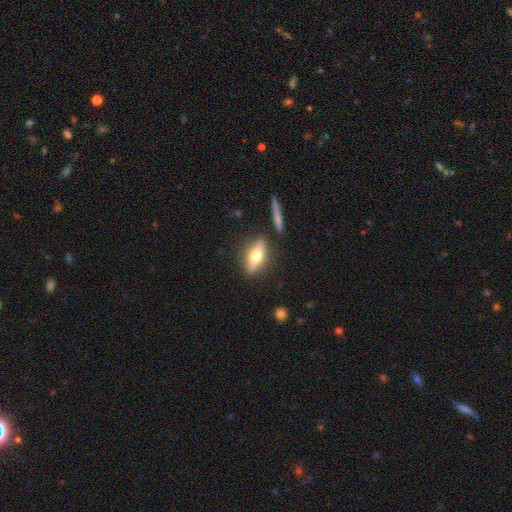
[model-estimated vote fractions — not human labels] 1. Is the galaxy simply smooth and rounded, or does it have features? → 55% smooth, 38% featured or disk, 7% star or artifact.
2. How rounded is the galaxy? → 58% in between, 38% cigar-shaped, 5% round.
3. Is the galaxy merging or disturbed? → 81% none, 11% minor disturbance, 4% merger, 3% major disturbance.